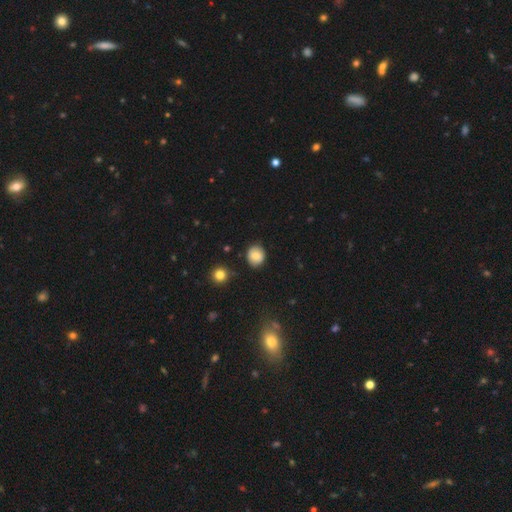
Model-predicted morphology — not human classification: The model was most divided on "how rounded": round: 74%, in between: 25%, cigar-shaped: 1%. More confident: merging — none (84%); smooth or featured — smooth (81%).